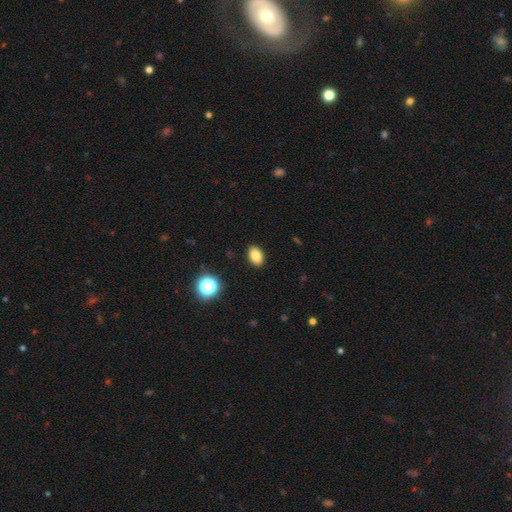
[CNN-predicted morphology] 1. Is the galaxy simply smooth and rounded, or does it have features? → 83% smooth, 11% star or artifact, 6% featured or disk.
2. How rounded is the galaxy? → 84% in between, 15% round, 1% cigar-shaped.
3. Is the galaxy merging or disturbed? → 90% none, 7% minor disturbance, 2% major disturbance, 1% merger.